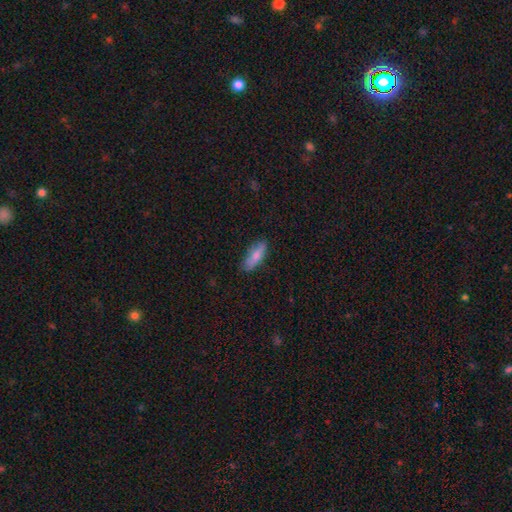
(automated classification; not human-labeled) Smooth or featured? Predicted: smooth (p=0.78). How rounded? Predicted: in between (p=0.61). Merging? Predicted: none (p=0.80).